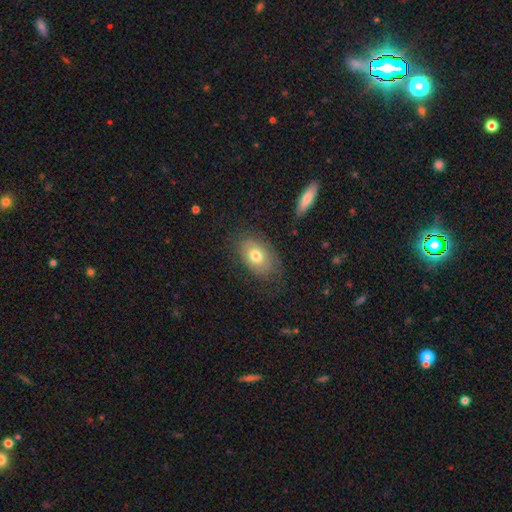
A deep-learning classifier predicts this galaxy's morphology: smooth-or-featured: smooth: 66% | featured or disk: 26% | star or artifact: 8%
  how-rounded: in between: 85% | round: 14% | cigar-shaped: 1%
  merging: none: 71% | minor disturbance: 19% | major disturbance: 9% | merger: 2%